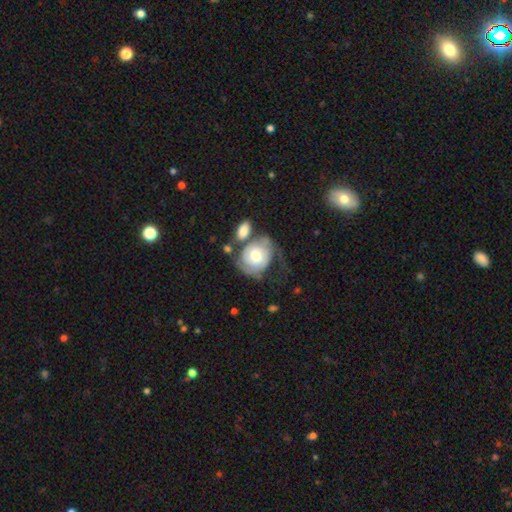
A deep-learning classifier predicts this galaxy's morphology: A featured or disk galaxy (65%) with no bar (72%), 2 (54%) tight (54%) spiral arms (86%) and a moderate central bulge (61%). Merging: none (35%).